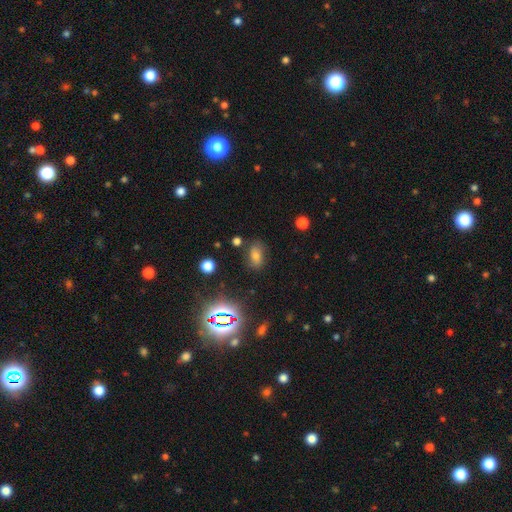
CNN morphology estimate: smooth 62%, star or artifact 25%, featured or disk 13%. Down the decision tree: how rounded — in between (83%); merging — none (76%).